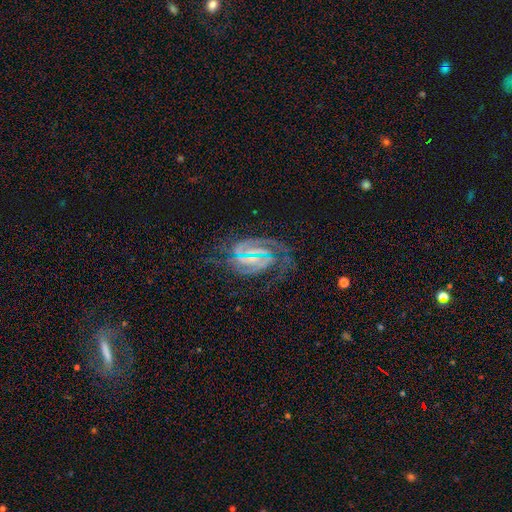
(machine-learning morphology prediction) Overall: featured or disk (81%). Edge-on disk: no (96%). Bar: strong (45%; weak 37%). Spiral arms: yes (96%). Spiral arm count: 2 (62%). Spiral winding: tight (50%; medium 40%). Bulge size: small (54%; moderate 24%). Merging: none (69%).